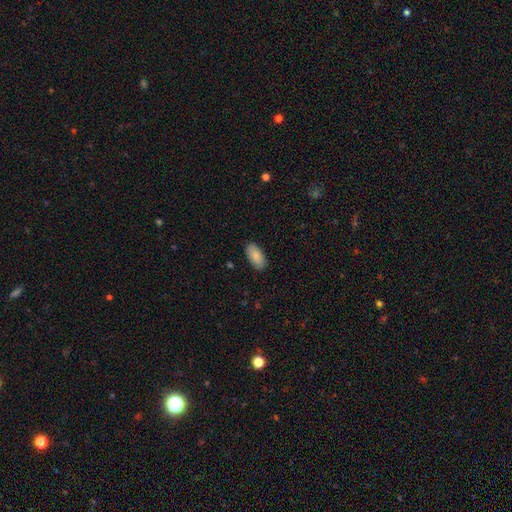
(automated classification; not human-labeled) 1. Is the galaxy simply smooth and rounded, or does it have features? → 87% smooth, 7% featured or disk, 6% star or artifact.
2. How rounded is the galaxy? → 93% in between, 5% cigar-shaped, 2% round.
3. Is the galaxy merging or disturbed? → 89% none, 9% minor disturbance, 2% major disturbance, 1% merger.